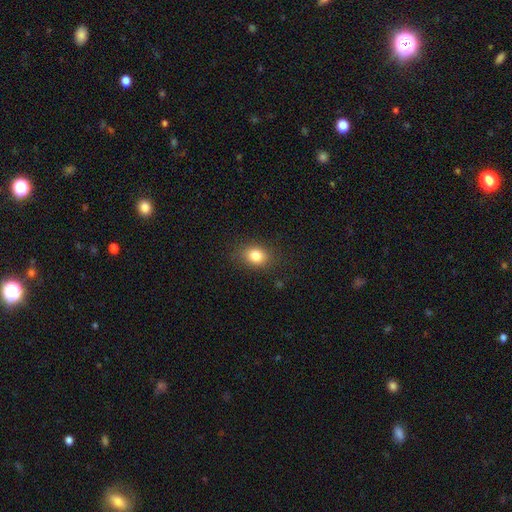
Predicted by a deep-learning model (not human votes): smooth_or_featured: smooth (p=0.82) [alt: star or artifact p=0.11]
how_rounded: in between (p=0.50) [alt: round p=0.49]
merging: none (p=0.85) [alt: minor disturbance p=0.11]